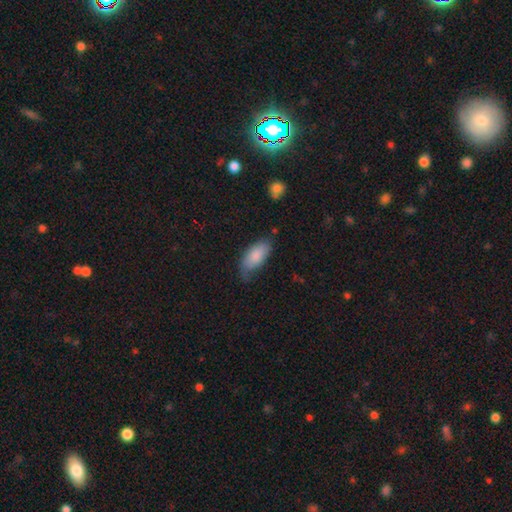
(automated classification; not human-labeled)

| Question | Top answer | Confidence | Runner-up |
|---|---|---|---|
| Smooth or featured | smooth | 81% | featured or disk (13%) |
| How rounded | in between | 89% | cigar-shaped (9%) |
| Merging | none | 54% | minor disturbance (34%) |